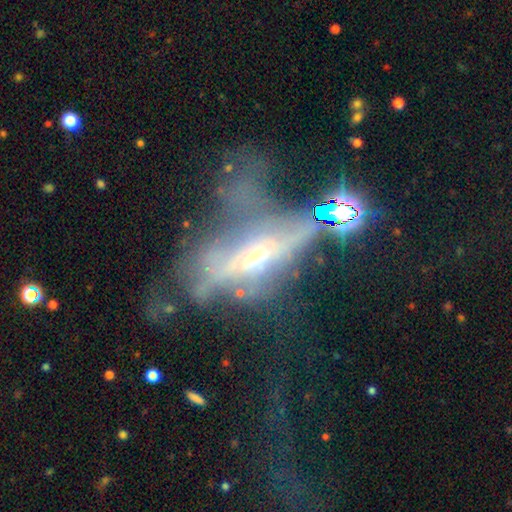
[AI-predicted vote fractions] Smooth or featured?
  - featured or disk: 66% *
  - smooth: 19%
  - star or artifact: 15%
Edge-on disk?
  - no: 62% *
  - yes: 38%
Merging?
  - major disturbance: 49% *
  - merger: 21%
  - none: 18%
  - minor disturbance: 13%